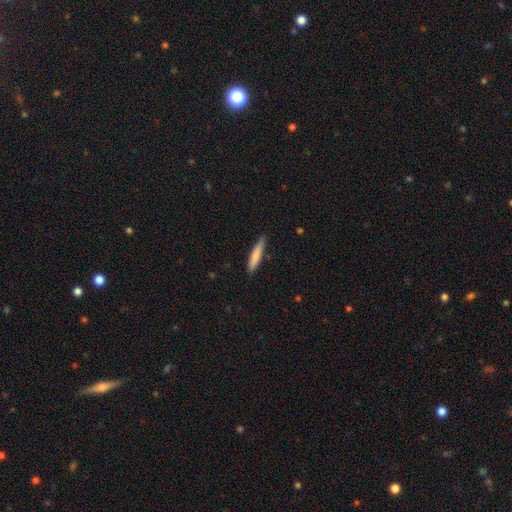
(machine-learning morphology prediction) Q: Smooth or featured?
A: smooth (79%); runner-up: featured or disk (15%)
Q: How rounded?
A: cigar-shaped (89%); runner-up: in between (10%)
Q: Merging?
A: none (83%); runner-up: minor disturbance (13%)